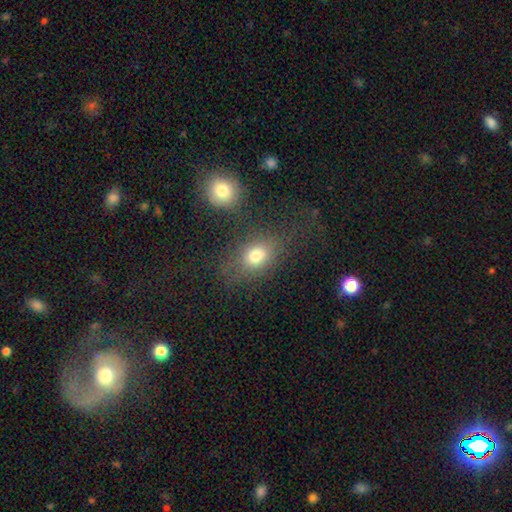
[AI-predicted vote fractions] Smooth or featured? Predicted: smooth (p=0.72). How rounded? Predicted: in between (p=0.60). Merging? Predicted: none (p=0.65).